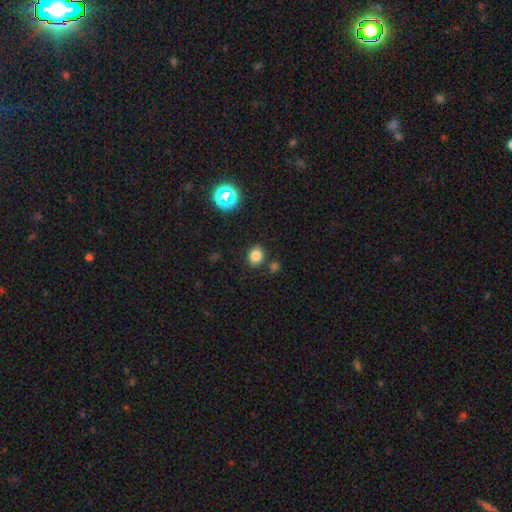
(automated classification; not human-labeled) Smooth or featured? Predicted: smooth (p=0.80). How rounded? Predicted: round (p=0.59). Merging? Predicted: none (p=0.81).